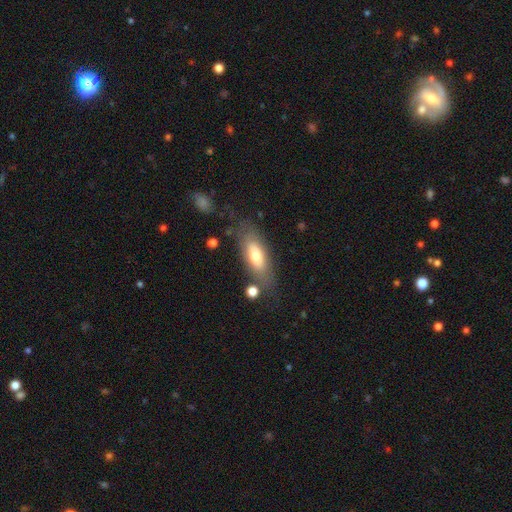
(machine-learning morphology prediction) This appears to be a smooth galaxy with no disk features (64%) that is in between round and cigar-shaped (71%). Merging: none (68%).